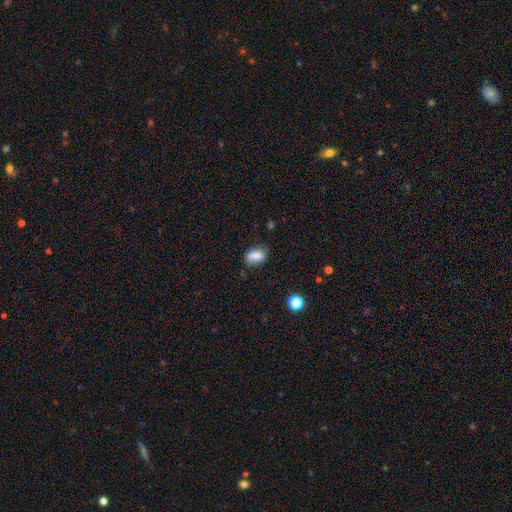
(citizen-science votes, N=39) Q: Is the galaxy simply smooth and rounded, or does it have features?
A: smooth — 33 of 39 (85%).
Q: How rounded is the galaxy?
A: in between — 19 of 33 (58%).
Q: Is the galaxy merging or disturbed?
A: none — 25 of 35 (71%).